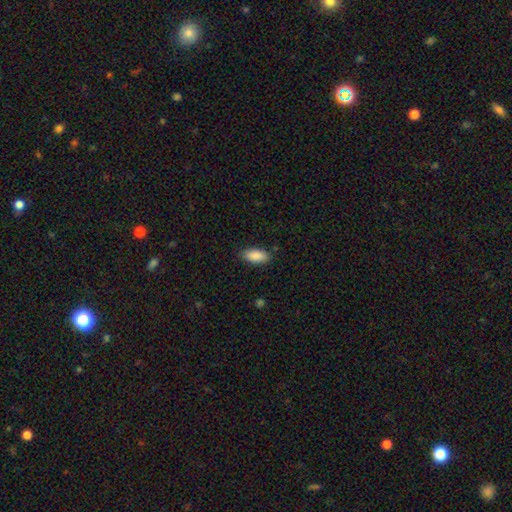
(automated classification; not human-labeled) A smooth galaxy with no disk features (89%) that is in between round and cigar-shaped (88%). Merging: none (86%).